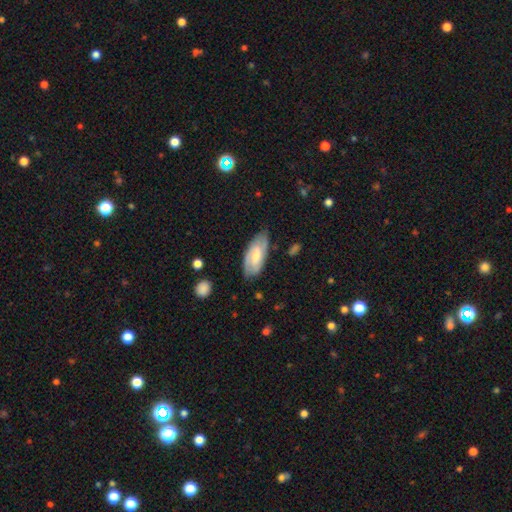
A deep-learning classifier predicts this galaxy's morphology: A featured or disk galaxy (51%). Merging: none (72%).